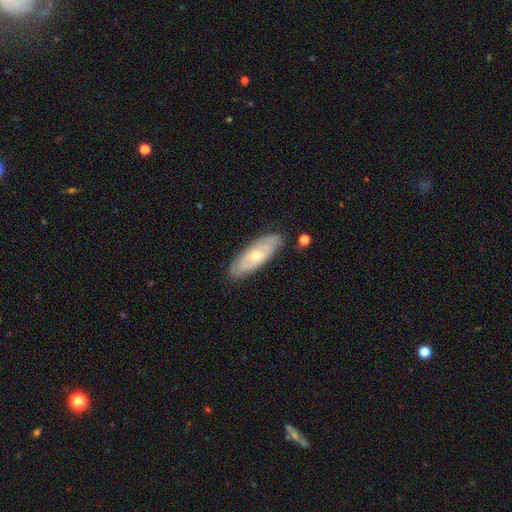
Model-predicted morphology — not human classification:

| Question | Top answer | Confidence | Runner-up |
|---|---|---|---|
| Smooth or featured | featured or disk | 61% | smooth (33%) |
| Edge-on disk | no | 80% | yes (20%) |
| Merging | none | 81% | minor disturbance (14%) |